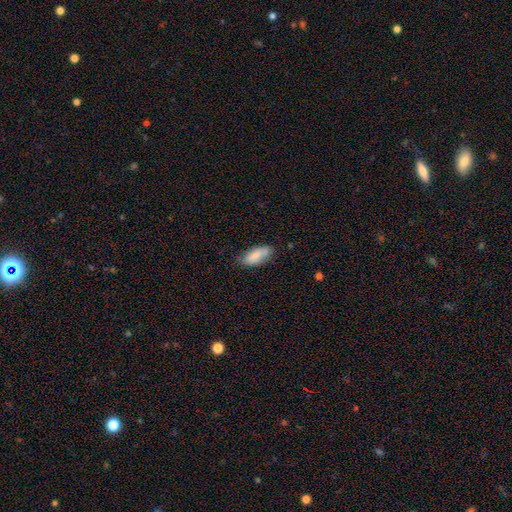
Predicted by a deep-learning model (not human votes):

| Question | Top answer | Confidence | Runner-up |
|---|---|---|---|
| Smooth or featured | smooth | 82% | featured or disk (12%) |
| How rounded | in between | 86% | cigar-shaped (12%) |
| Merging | none | 70% | minor disturbance (23%) |